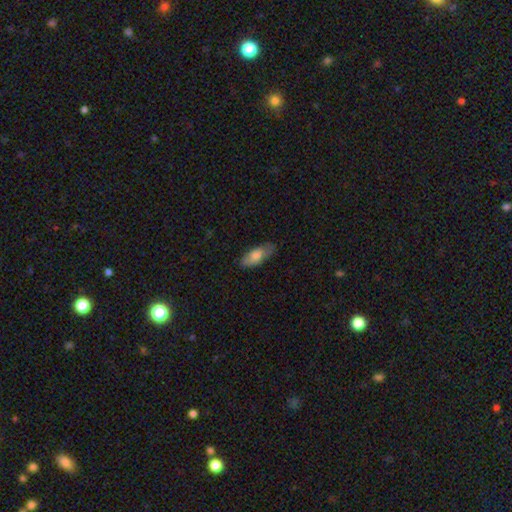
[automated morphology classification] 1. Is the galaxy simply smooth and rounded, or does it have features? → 74% smooth, 20% featured or disk, 6% star or artifact.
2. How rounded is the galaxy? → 78% in between, 19% cigar-shaped, 2% round.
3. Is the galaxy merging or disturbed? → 70% none, 23% minor disturbance, 5% major disturbance, 1% merger.